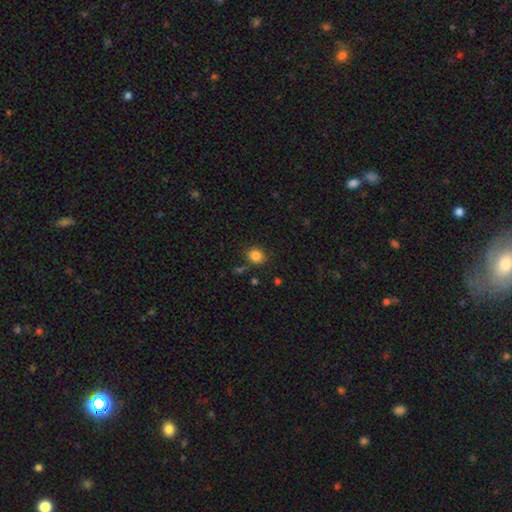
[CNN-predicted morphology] Smooth or featured? Predicted: smooth (p=0.84). How rounded? Predicted: round (p=0.70). Merging? Predicted: none (p=0.81).